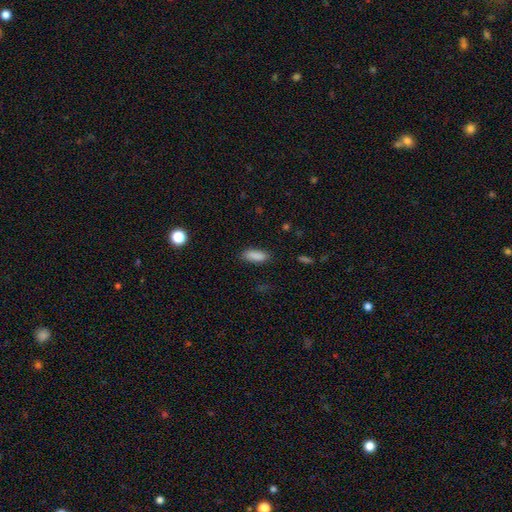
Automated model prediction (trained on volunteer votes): A smooth galaxy with no disk features (88%) that is in between round and cigar-shaped (71%).

Vote fractions:
- Smooth or featured? smooth: 88% / star or artifact: 8% / featured or disk: 4%
- How rounded? in between: 71% / cigar-shaped: 27% / round: 2%
- Merging? none: 86% / minor disturbance: 10% / major disturbance: 3% / merger: 1%